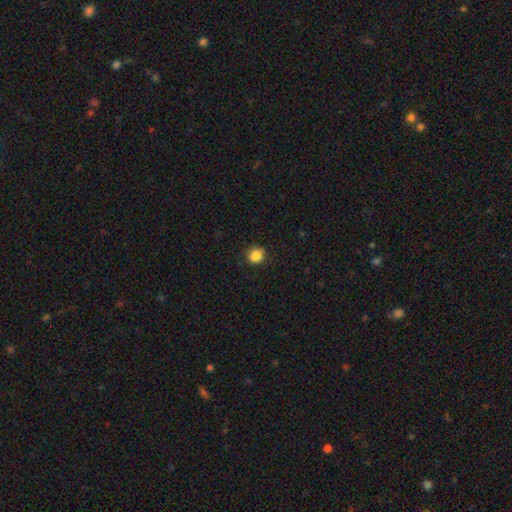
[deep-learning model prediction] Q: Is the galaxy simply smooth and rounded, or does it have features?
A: smooth — 86%.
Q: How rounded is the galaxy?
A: round — 68%.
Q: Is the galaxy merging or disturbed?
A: none — 81%.